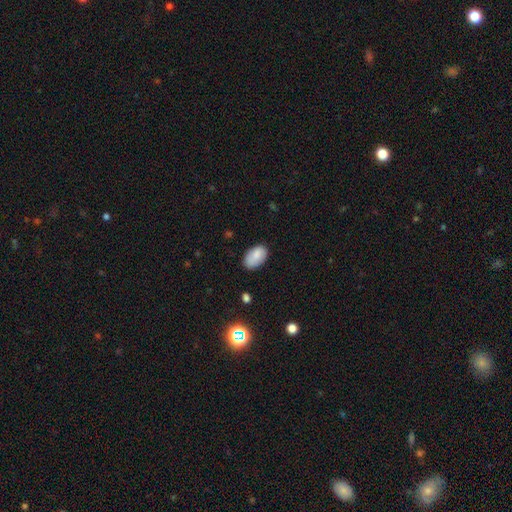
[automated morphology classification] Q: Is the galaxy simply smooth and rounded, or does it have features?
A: smooth — 82%.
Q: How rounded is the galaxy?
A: in between — 93%.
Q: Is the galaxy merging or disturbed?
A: none — 78%.